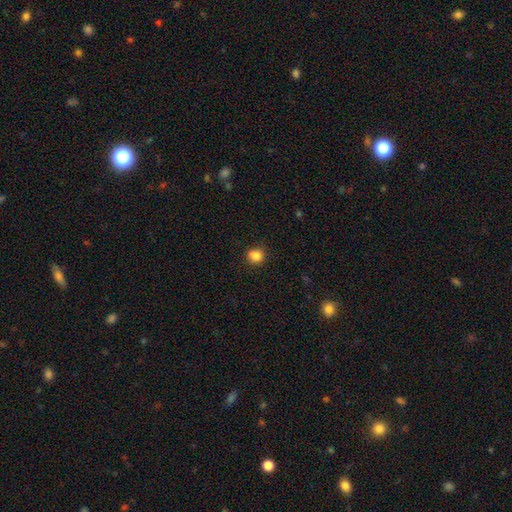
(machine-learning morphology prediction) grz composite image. It shows a smooth galaxy with no disk features (85%) that is round (79%). Merging: none (82%).